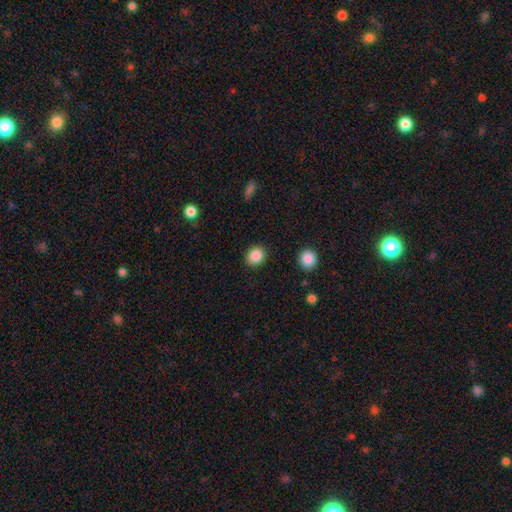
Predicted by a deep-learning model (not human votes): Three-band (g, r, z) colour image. It shows a smooth galaxy with no disk features (87%) that is round (64%). Merging: none (88%).